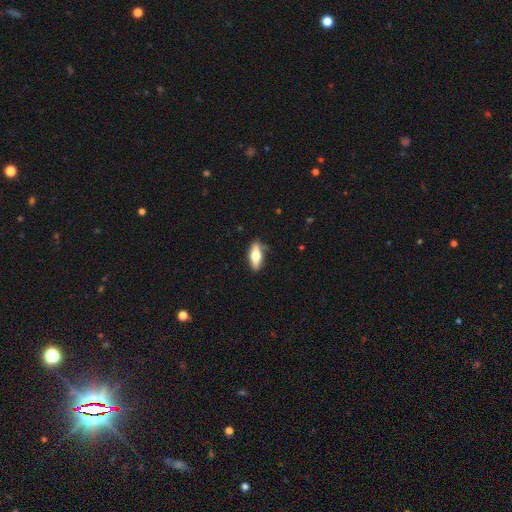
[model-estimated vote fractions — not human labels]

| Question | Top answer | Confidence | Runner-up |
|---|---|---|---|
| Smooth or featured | smooth | 63% | featured or disk (31%) |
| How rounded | in between | 71% | cigar-shaped (27%) |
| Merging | none | 79% | minor disturbance (16%) |